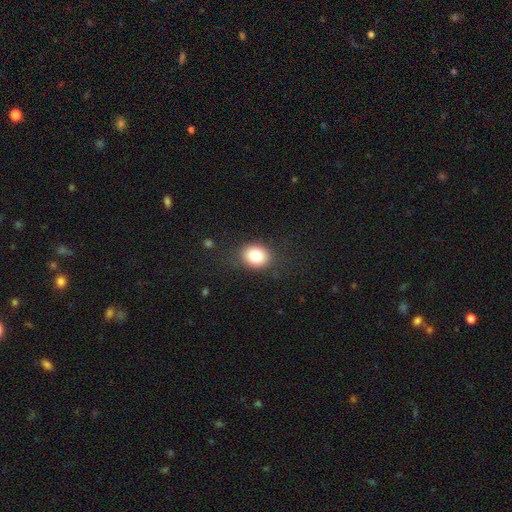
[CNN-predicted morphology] A smooth galaxy with no disk features (82%) that is round (57%). Merging: none (83%).